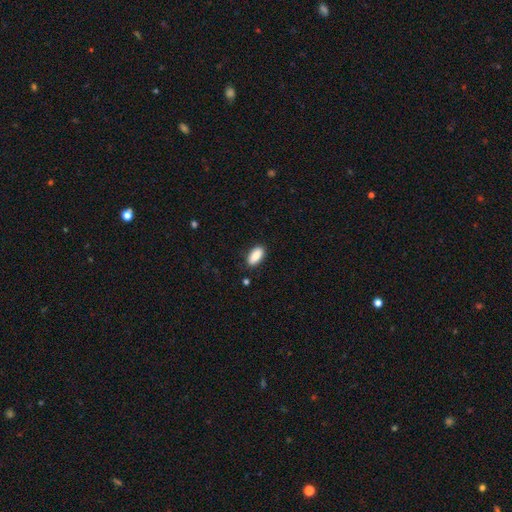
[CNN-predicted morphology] Overall: smooth (89%). How rounded: in between (89%). Merging: none (86%).